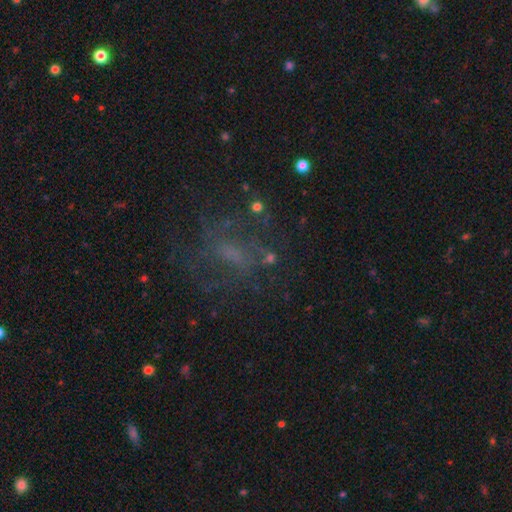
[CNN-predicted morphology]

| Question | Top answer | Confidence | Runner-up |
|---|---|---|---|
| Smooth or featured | featured or disk | 49% | star or artifact (27%) |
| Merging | none | 60% | major disturbance (20%) |